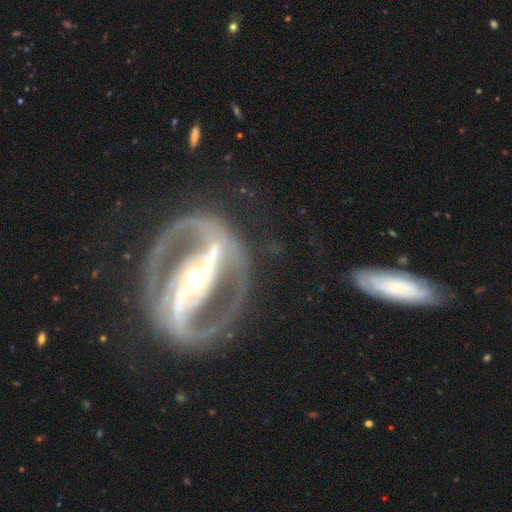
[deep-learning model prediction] This is clearly a featured or disk galaxy (91%). It is clearly not viewed edge-on (92%). Bar: clearly strong (85%). Spiral arm pattern: clearly yes (92%). Spiral arm count: clearly 2 (92%). Spiral winding: possibly medium (50%). Central bulge: possibly moderate (49%). Merging: likely none (77%).